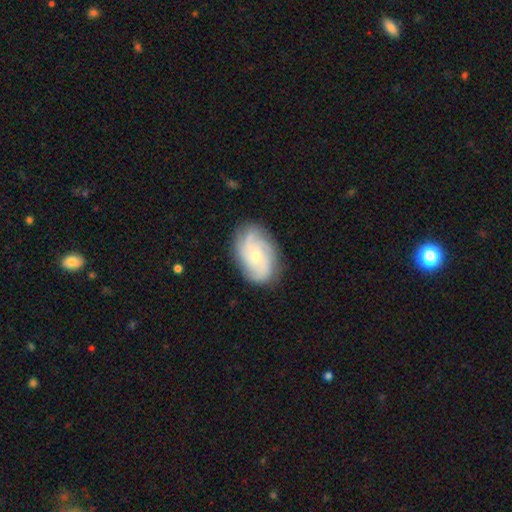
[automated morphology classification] Overall: featured or disk (75%). Edge-on disk: no (97%). Bar: no (76%). Spiral arms: yes (94%). Spiral arm count: 3 (31%; can't tell 26%). Spiral winding: tight (55%; medium 35%). Bulge size: small (55%; moderate 41%). Merging: none (79%).